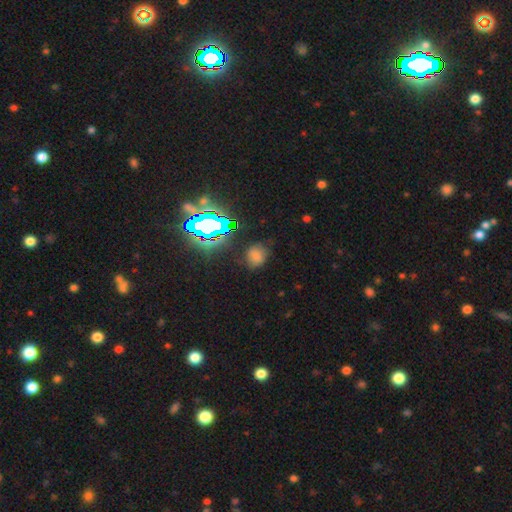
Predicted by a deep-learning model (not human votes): smooth 63%, star or artifact 27%, featured or disk 11%. Down the decision tree: how rounded — round (65%); merging — none (73%).